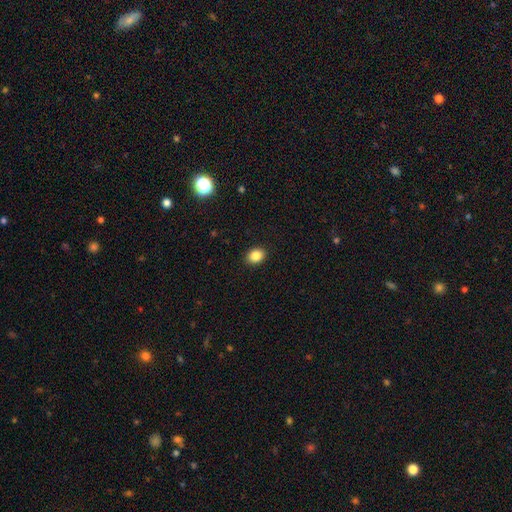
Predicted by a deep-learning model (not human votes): Q: Smooth or featured?
A: smooth (86%); runner-up: star or artifact (10%)
Q: How rounded?
A: in between (55%); runner-up: round (44%)
Q: Merging?
A: none (91%); runner-up: minor disturbance (7%)